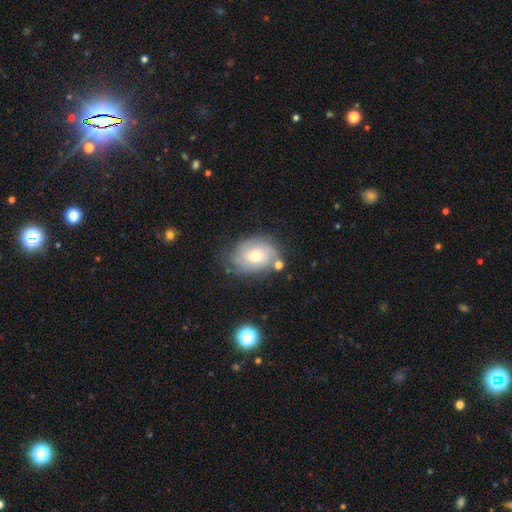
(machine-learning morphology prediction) Overall: featured or disk (55%; smooth 36%). Edge-on disk: no (95%). Bar: no (81%). Spiral arms: yes (77%). Bulge size: moderate (60%; small 34%). Merging: none (62%; minor disturbance 24%).